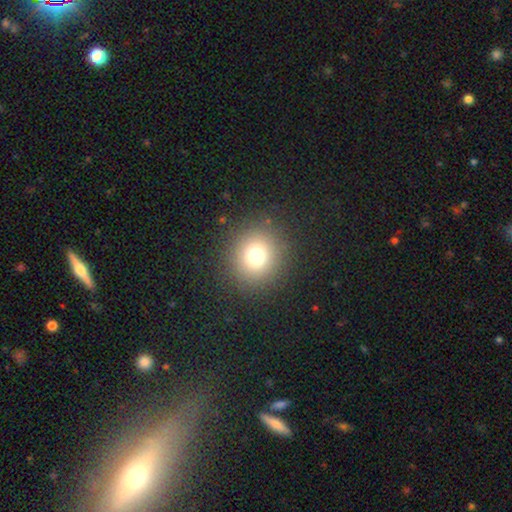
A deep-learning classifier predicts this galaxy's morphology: type=smooth (72%); roundness=round (88%); merging=none (88%).